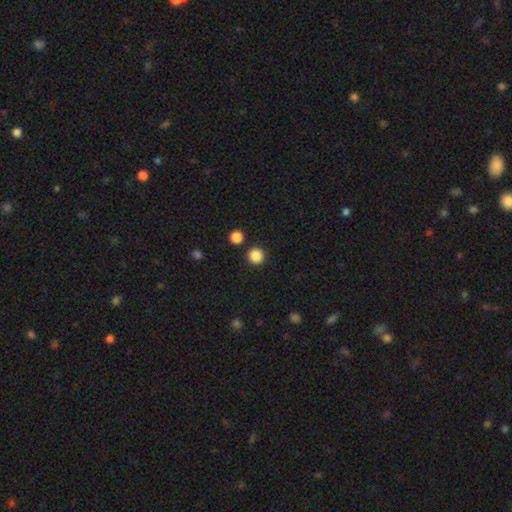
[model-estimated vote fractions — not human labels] Smooth or featured: smooth — 87% (star or artifact — 11%)
How rounded: round — 95% (in between — 4%)
Merging: none — 90% (minor disturbance — 4%)